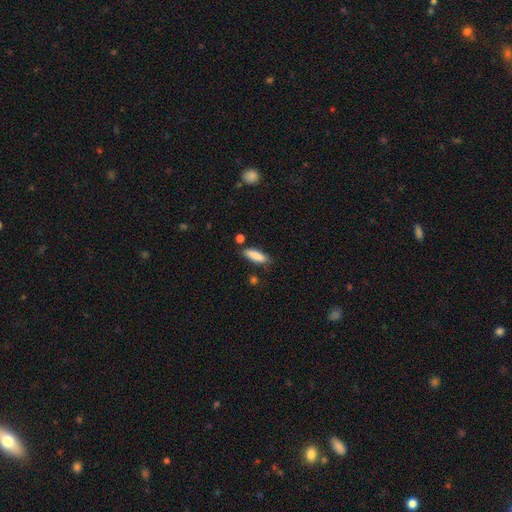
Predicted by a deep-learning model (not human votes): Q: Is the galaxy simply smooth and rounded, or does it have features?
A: smooth — 85%.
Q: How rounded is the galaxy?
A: cigar-shaped — 55%.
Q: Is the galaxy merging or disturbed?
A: none — 77%.